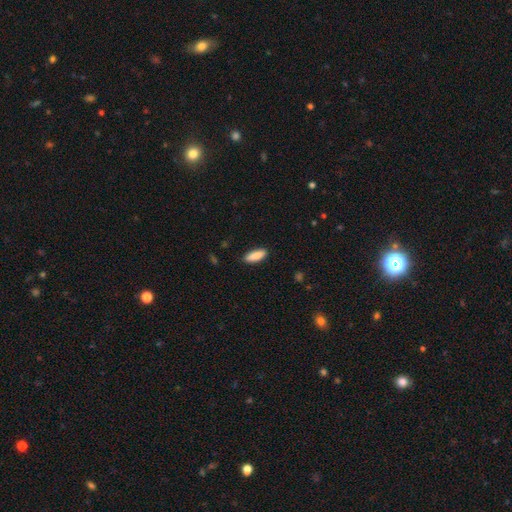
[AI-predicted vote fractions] Morphology: type=smooth (89%); roundness=in between (61%); merging=none (88%).